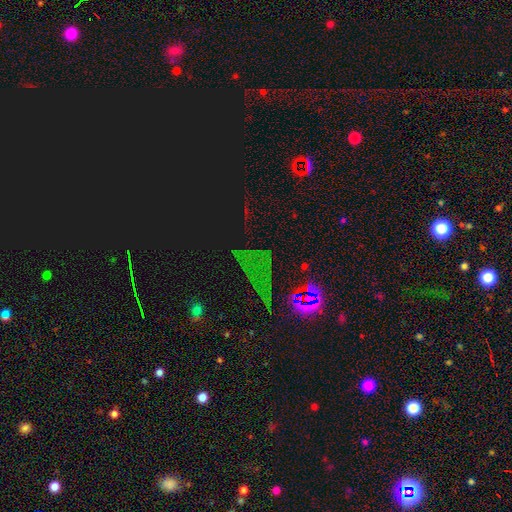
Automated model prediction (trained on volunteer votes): Q: Smooth or featured?
A: star or artifact (79%); runner-up: smooth (13%)